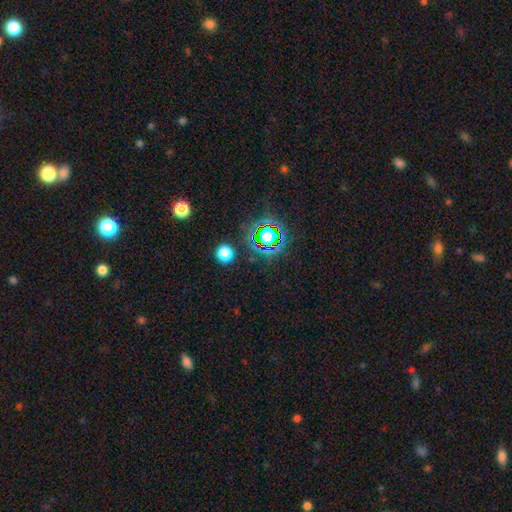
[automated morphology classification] Smooth or featured? Predicted: star or artifact (p=0.72).